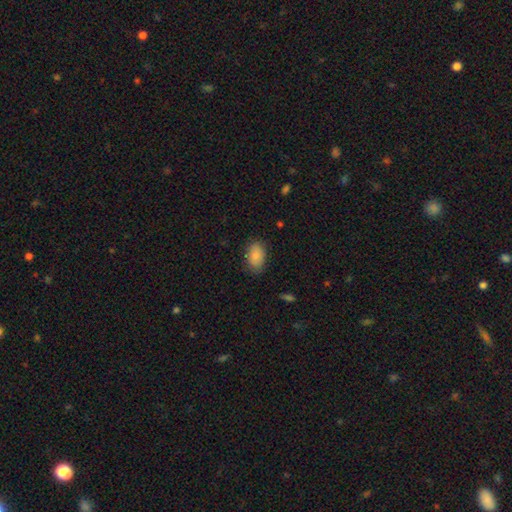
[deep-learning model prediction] A smooth galaxy with no disk features (85%) that is in between round and cigar-shaped (88%).

Vote fractions:
- Smooth or featured? smooth: 85% / featured or disk: 8% / star or artifact: 7%
- How rounded? in between: 88% / round: 10% / cigar-shaped: 1%
- Merging? none: 81% / minor disturbance: 15% / major disturbance: 3% / merger: 1%